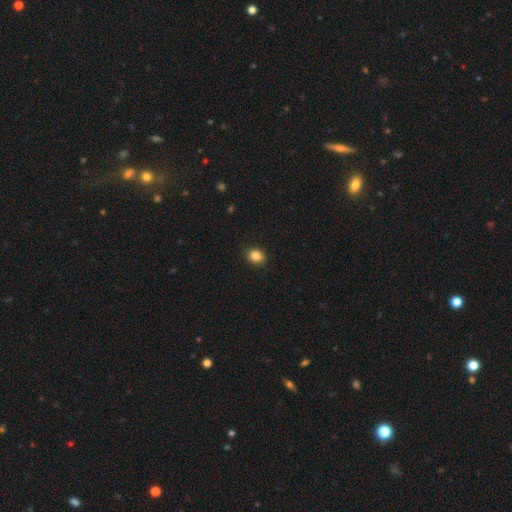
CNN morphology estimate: Overall: smooth (85%). How rounded: round (62%; in between 38%). Merging: none (90%).